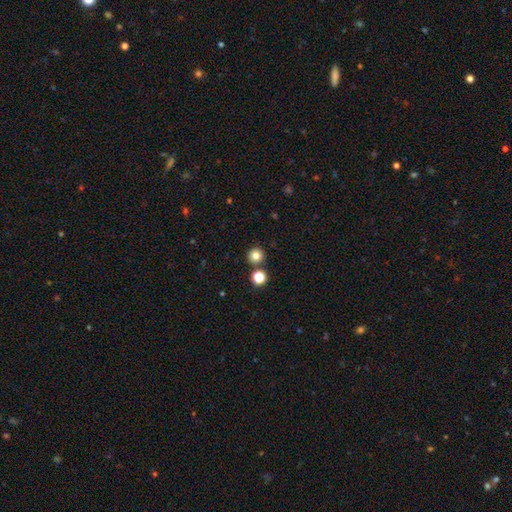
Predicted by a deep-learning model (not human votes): smooth 81%, star or artifact 14%, featured or disk 6%. Down the decision tree: how rounded — round (95%); merging — none (85%).